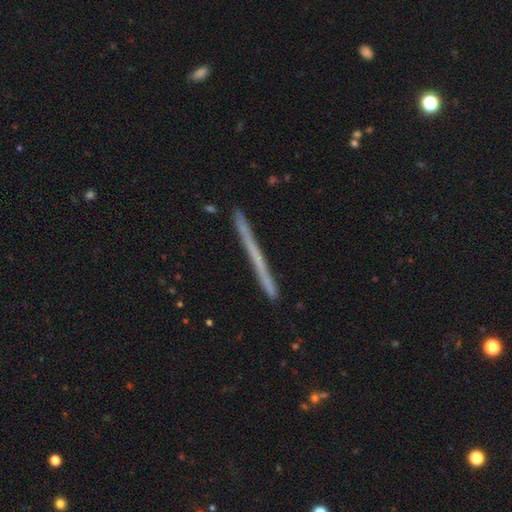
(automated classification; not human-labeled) Smooth or featured?
  - featured or disk: 52% *
  - smooth: 42%
  - star or artifact: 7%
Edge-on disk?
  - yes: 97% *
  - no: 3%
Edge-on bulge?
  - none: 91% *
  - rounded: 6%
  - boxy: 3%
Merging?
  - none: 89% *
  - minor disturbance: 8%
  - merger: 1%
  - major disturbance: 1%